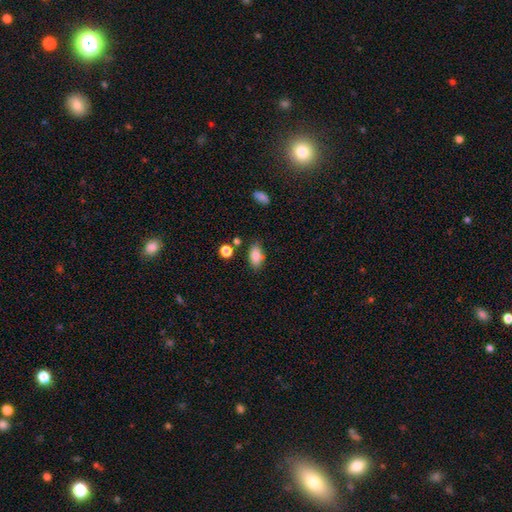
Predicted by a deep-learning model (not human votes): smooth_or_featured: smooth (p=0.85) [alt: star or artifact p=0.08]
how_rounded: in between (p=0.89) [alt: round p=0.06]
merging: none (p=0.76) [alt: minor disturbance p=0.16]